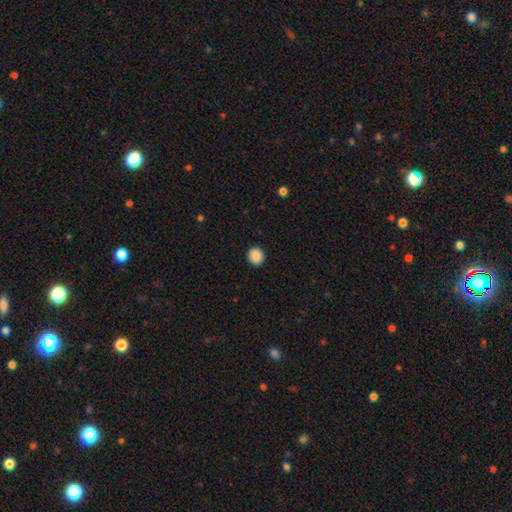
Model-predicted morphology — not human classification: Smooth or featured?
  - smooth: 89% *
  - star or artifact: 9%
  - featured or disk: 2%
How rounded?
  - round: 87% *
  - in between: 12%
  - cigar-shaped: 1%
Merging?
  - none: 92% *
  - minor disturbance: 5%
  - major disturbance: 2%
  - merger: 1%